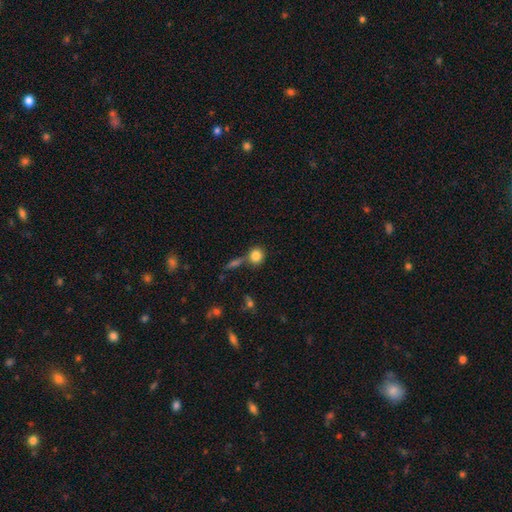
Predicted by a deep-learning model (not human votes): Q: Smooth or featured?
A: smooth (83%); runner-up: star or artifact (10%)
Q: How rounded?
A: round (80%); runner-up: in between (18%)
Q: Merging?
A: none (64%); runner-up: merger (20%)